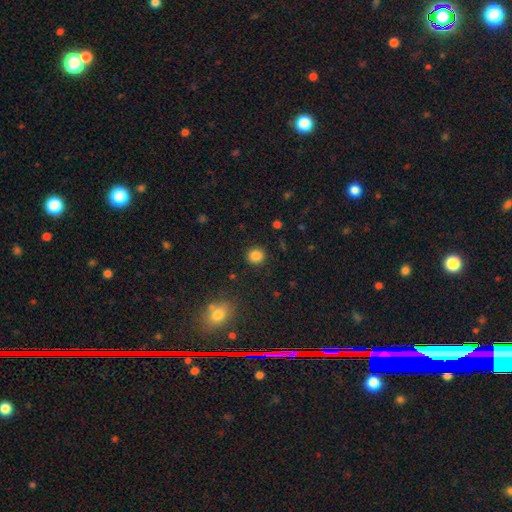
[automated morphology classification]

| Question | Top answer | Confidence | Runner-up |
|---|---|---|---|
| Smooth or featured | smooth | 85% | star or artifact (11%) |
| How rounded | round | 90% | in between (9%) |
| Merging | none | 91% | minor disturbance (6%) |